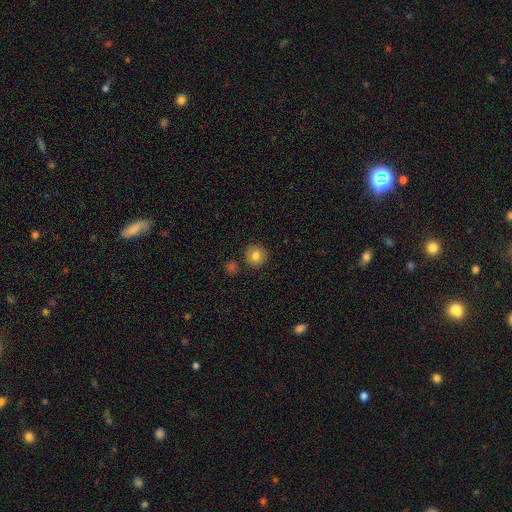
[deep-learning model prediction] Smooth or featured?
  - smooth: 81% *
  - featured or disk: 10%
  - star or artifact: 9%
How rounded?
  - round: 92% *
  - in between: 7%
  - cigar-shaped: 1%
Merging?
  - none: 87% *
  - minor disturbance: 7%
  - merger: 4%
  - major disturbance: 2%